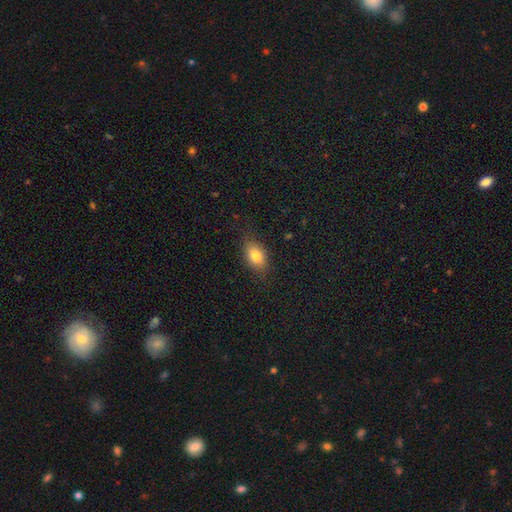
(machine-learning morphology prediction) Q: Smooth or featured?
A: smooth (80%); runner-up: featured or disk (11%)
Q: How rounded?
A: in between (84%); runner-up: round (13%)
Q: Merging?
A: none (80%); runner-up: minor disturbance (15%)